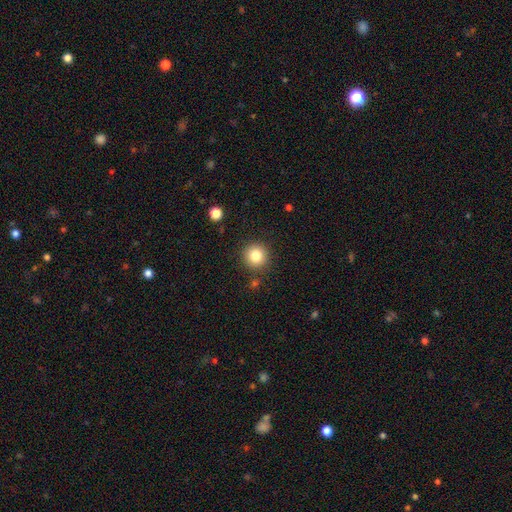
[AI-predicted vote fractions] smooth 82%, star or artifact 11%, featured or disk 7%. Down the decision tree: how rounded — round (94%); merging — none (88%).